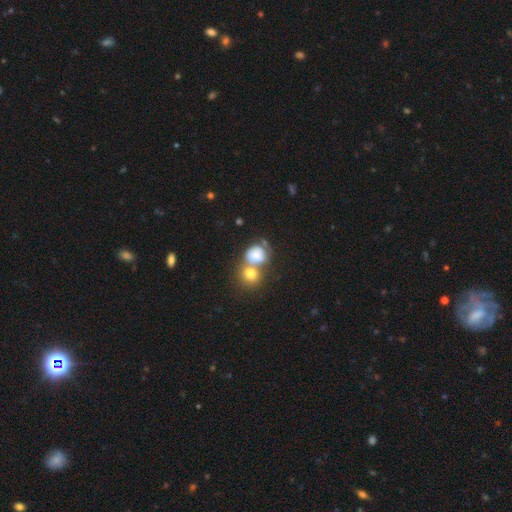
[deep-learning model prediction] smooth-or-featured: smooth: 67% | featured or disk: 23% | star or artifact: 10%
  how-rounded: round: 60% | in between: 39% | cigar-shaped: 1%
  merging: merger: 59% | none: 23% | minor disturbance: 10% | major disturbance: 8%